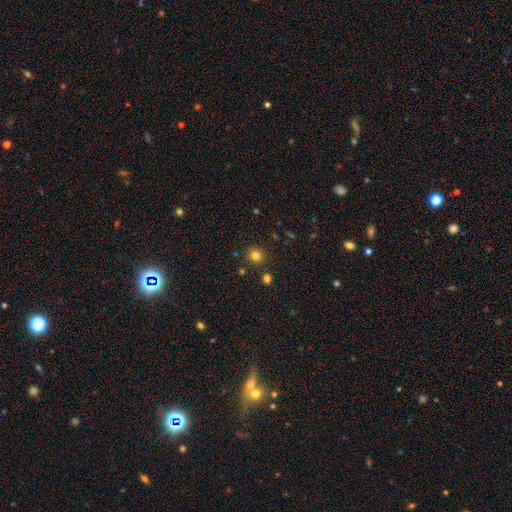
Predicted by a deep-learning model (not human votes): smooth 80%, star or artifact 15%, featured or disk 5%. Down the decision tree: how rounded — round (92%); merging — none (87%).